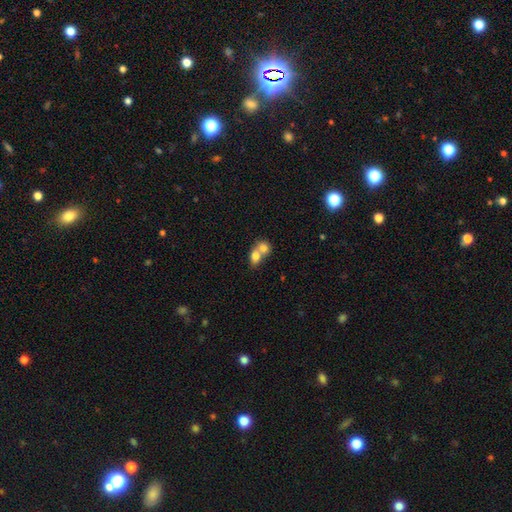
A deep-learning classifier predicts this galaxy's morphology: Q: Smooth or featured?
A: smooth (75%); runner-up: featured or disk (16%)
Q: How rounded?
A: round (51%); runner-up: in between (47%)
Q: Merging?
A: merger (73%); runner-up: none (20%)